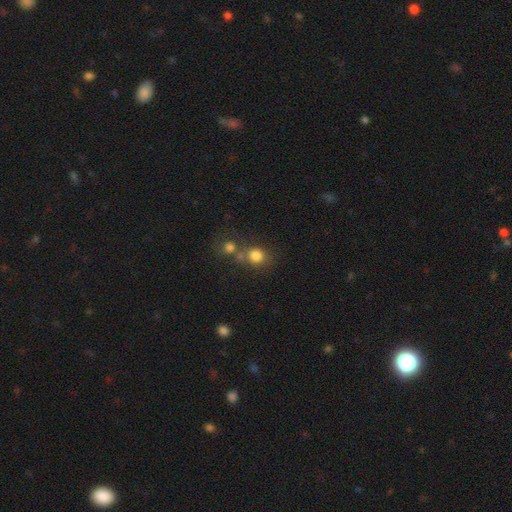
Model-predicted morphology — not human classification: This is likely a smooth galaxy (79%). How rounded: clearly round (81%). Merging: possibly none (53%).